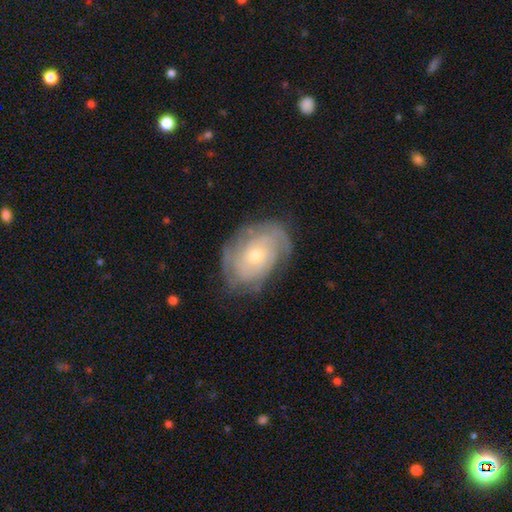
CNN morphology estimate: Smooth or featured: featured or disk — 76% (smooth — 18%)
Edge-on disk: no — 96% (yes — 4%)
Bar: no — 79% (weak — 18%)
Spiral arms: yes — 89% (no — 11%)
Spiral winding: tight — 67% (medium — 24%)
Spiral arm count: can't tell — 47% (2 — 21%)
Bulge size: small — 51% (moderate — 45%)
Merging: none — 70% (minor disturbance — 21%)